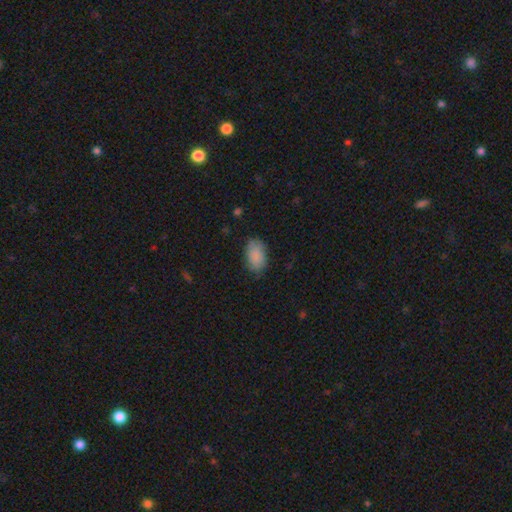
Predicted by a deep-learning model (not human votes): Smooth or featured: smooth — 87% (star or artifact — 7%)
How rounded: in between — 91% (round — 7%)
Merging: none — 77% (minor disturbance — 18%)